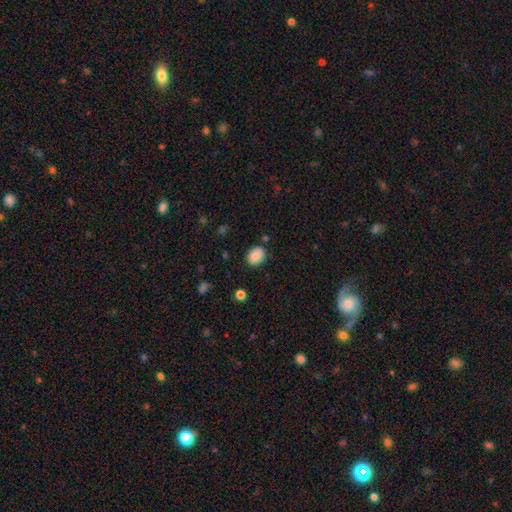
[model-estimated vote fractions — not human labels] smooth-or-featured: smooth: 87% | star or artifact: 9% | featured or disk: 5%
  how-rounded: in between: 52% | round: 48% | cigar-shaped: 1%
  merging: none: 81% | minor disturbance: 13% | major disturbance: 3% | merger: 3%